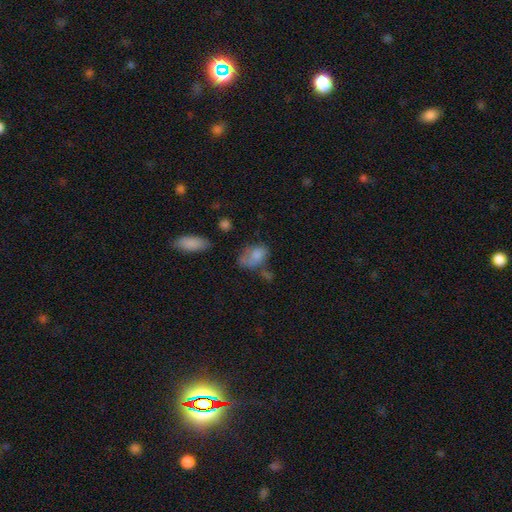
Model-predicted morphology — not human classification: Smooth or featured? Predicted: smooth (p=0.74). How rounded? Predicted: in between (p=0.84). Merging? Predicted: none (p=0.35).